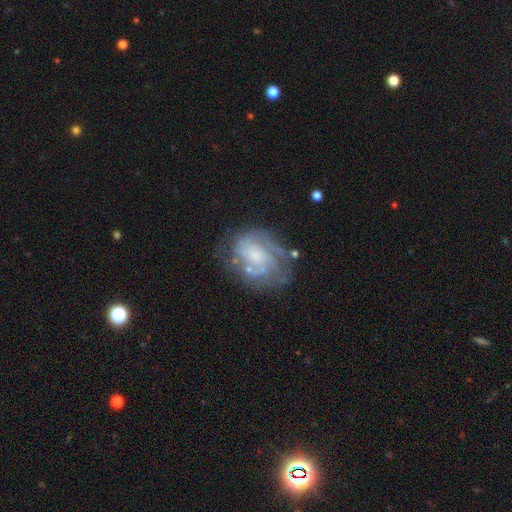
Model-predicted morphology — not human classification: A featured or disk galaxy (74%) with no bar (69%), tight (49%) spiral arms (79%) and a small central bulge (36%).

Vote fractions:
- Smooth or featured? featured or disk: 74% / smooth: 18% / star or artifact: 8%
- Edge-on disk? no: 98% / yes: 2%
- Bar? no: 69% / weak: 26% / strong: 5%
- Spiral arms? yes: 79% / no: 21%
- Spiral winding? tight: 49% / medium: 37% / loose: 14%
- Spiral arm count? can't tell: 39% / 2: 28% / 3: 17% / 1: 6% / 4: 6% / more than 4: 4%
- Bulge size? small: 36% / moderate: 33% / none: 21% / large: 8% / dominant: 2%
- Merging? none: 56% / minor disturbance: 22% / major disturbance: 16% / merger: 5%